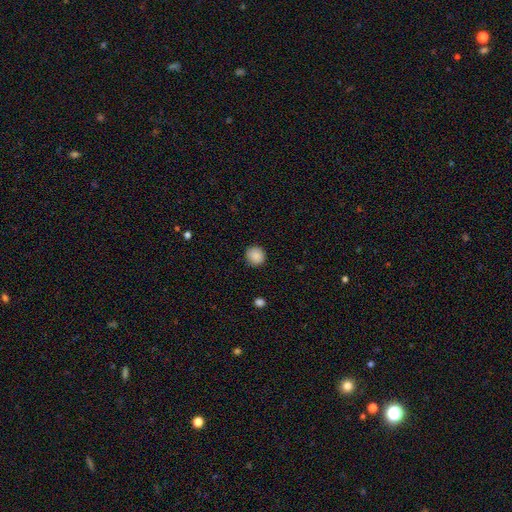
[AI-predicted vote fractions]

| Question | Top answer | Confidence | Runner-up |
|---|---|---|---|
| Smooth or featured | smooth | 88% | star or artifact (9%) |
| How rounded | round | 90% | in between (9%) |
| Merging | none | 88% | minor disturbance (9%) |